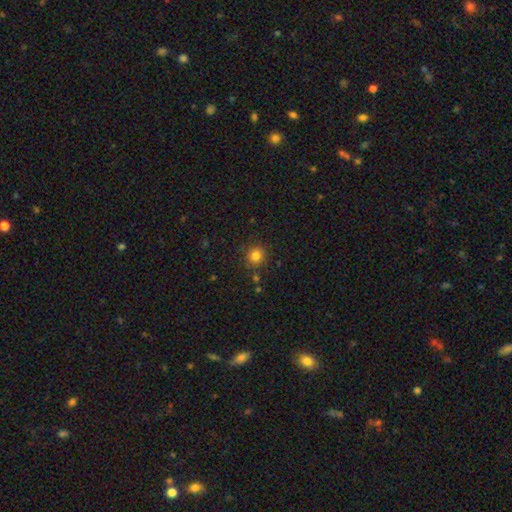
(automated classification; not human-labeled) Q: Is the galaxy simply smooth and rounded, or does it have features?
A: smooth — 82%.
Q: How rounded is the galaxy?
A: round — 90%.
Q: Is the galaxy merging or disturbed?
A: none — 86%.